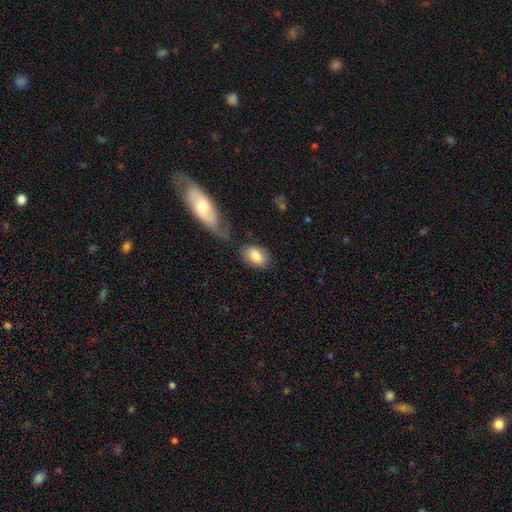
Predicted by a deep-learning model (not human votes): This appears to be a smooth galaxy with no disk features (82%) that is in between round and cigar-shaped (84%). Merging: none (69%).